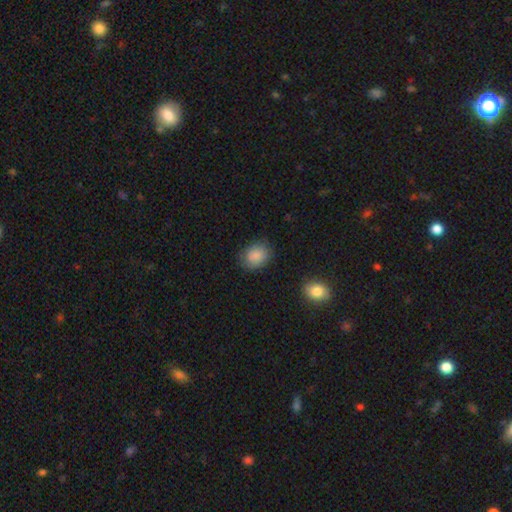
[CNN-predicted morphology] smooth_or_featured: smooth (p=0.86) [alt: star or artifact p=0.07]
how_rounded: in between (p=0.55) [alt: round p=0.44]
merging: none (p=0.78) [alt: minor disturbance p=0.16]